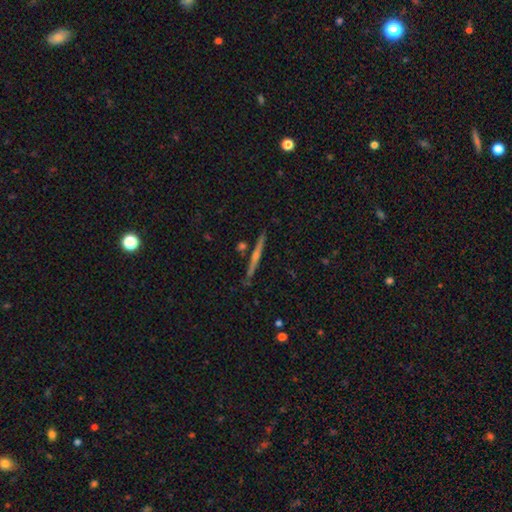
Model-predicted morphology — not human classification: smooth-or-featured: featured or disk: 70% | smooth: 23% | star or artifact: 7%
  disk-edge-on: yes: 98% | no: 2%
    edge-on-bulge: rounded: 61% | none: 33% | boxy: 6%
  merging: none: 88% | minor disturbance: 8% | merger: 3% | major disturbance: 2%